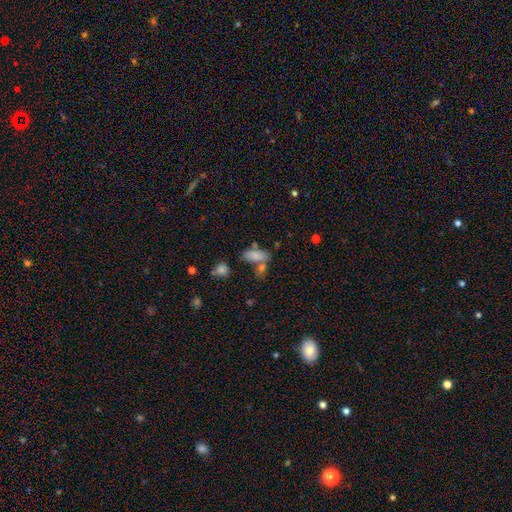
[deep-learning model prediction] Overall: smooth (79%). How rounded: in between (82%). Merging: none (47%; merger 30%).